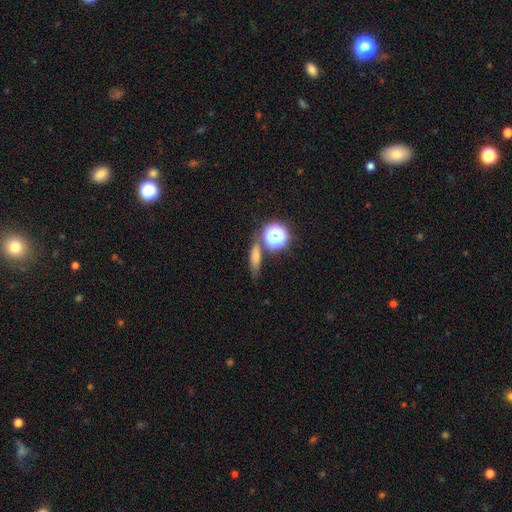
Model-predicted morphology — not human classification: Smooth or featured? smooth (68%)
How rounded? cigar-shaped (37%)
Merging? none (66%)